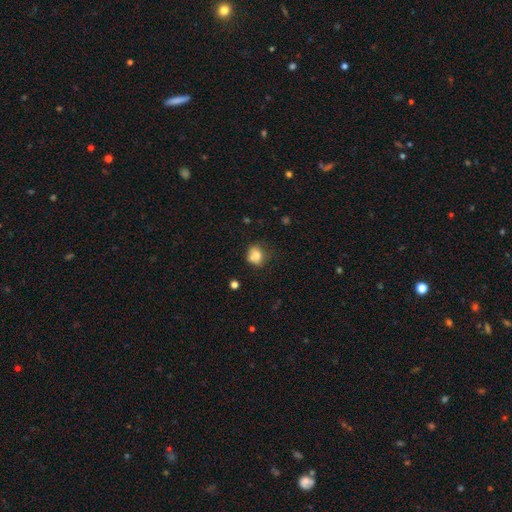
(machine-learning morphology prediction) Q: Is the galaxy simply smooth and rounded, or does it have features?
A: smooth — 75%.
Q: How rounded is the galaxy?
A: round — 69%.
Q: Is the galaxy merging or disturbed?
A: none — 56%.